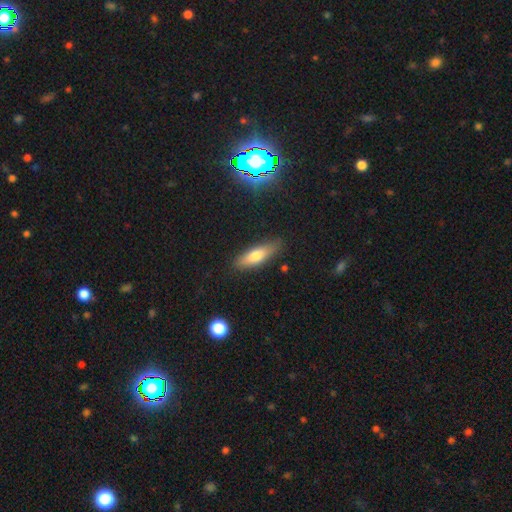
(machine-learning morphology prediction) Smooth or featured: smooth — 70% (featured or disk — 23%)
How rounded: cigar-shaped — 54% (in between — 44%)
Merging: none — 83% (minor disturbance — 12%)